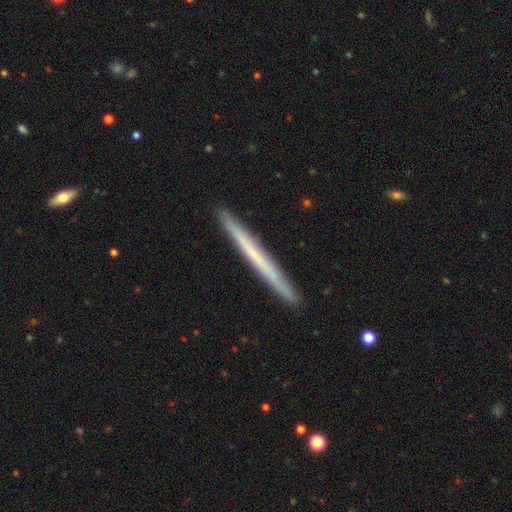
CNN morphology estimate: Smooth or featured: smooth — 48% (featured or disk — 46%)
Merging: none — 92% (minor disturbance — 6%)